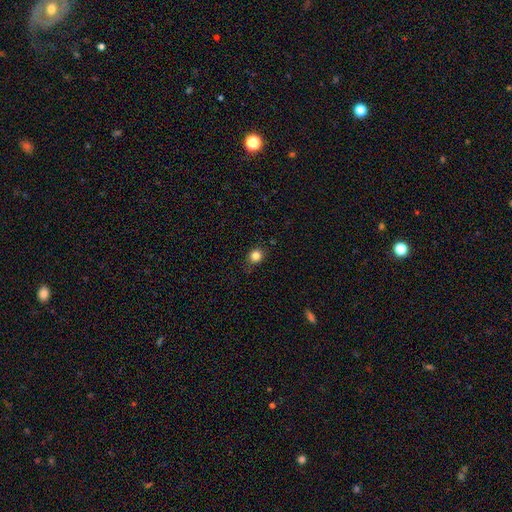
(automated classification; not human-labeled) smooth_or_featured: smooth (p=0.83) [alt: star or artifact p=0.12]
how_rounded: round (p=0.77) [alt: in between p=0.22]
merging: none (p=0.82) [alt: minor disturbance p=0.13]